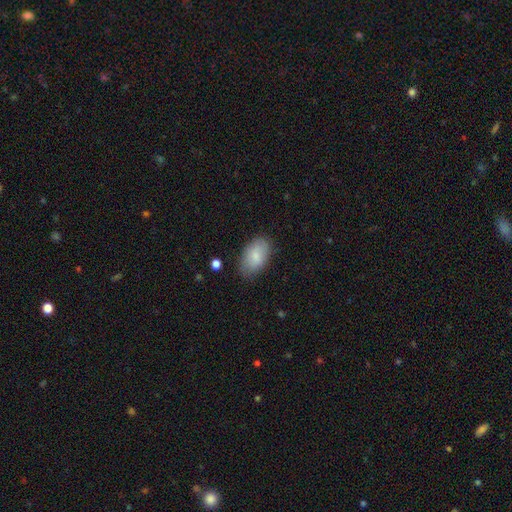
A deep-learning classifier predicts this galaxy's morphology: Smooth or featured: smooth — 82% (featured or disk — 11%)
How rounded: in between — 93% (round — 5%)
Merging: none — 77% (minor disturbance — 18%)